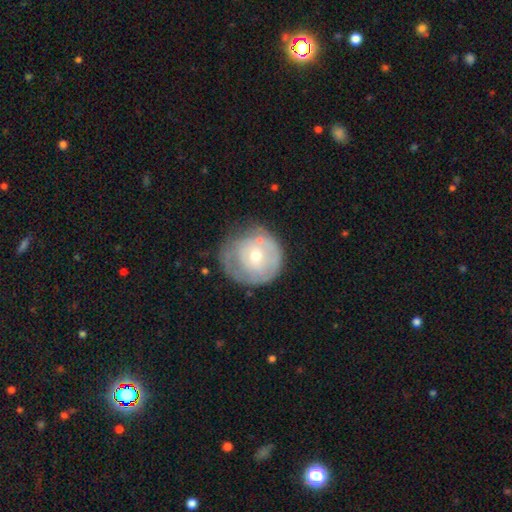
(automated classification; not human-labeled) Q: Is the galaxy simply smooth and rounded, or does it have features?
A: featured or disk — 54%.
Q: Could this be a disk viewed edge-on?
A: no — 97%.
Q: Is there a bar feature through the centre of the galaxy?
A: no — 81%.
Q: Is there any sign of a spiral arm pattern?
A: no — 51%.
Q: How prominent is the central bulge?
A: moderate — 53%.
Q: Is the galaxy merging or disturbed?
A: none — 56%.